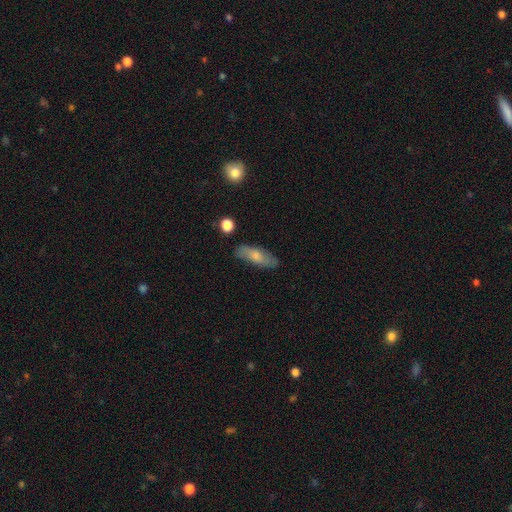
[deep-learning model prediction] Q: Smooth or featured?
A: smooth (63%); runner-up: featured or disk (29%)
Q: How rounded?
A: in between (59%); runner-up: cigar-shaped (37%)
Q: Merging?
A: none (79%); runner-up: minor disturbance (15%)